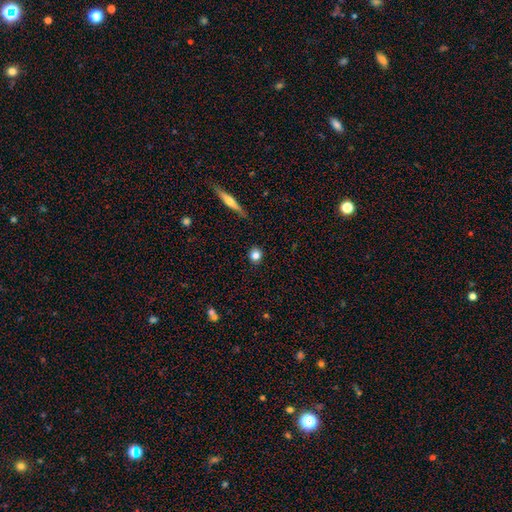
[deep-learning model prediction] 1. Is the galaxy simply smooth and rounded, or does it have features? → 82% smooth, 10% star or artifact, 8% featured or disk.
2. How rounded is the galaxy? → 83% round, 15% in between, 2% cigar-shaped.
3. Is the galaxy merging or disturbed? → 90% none, 7% minor disturbance, 2% major disturbance, 1% merger.